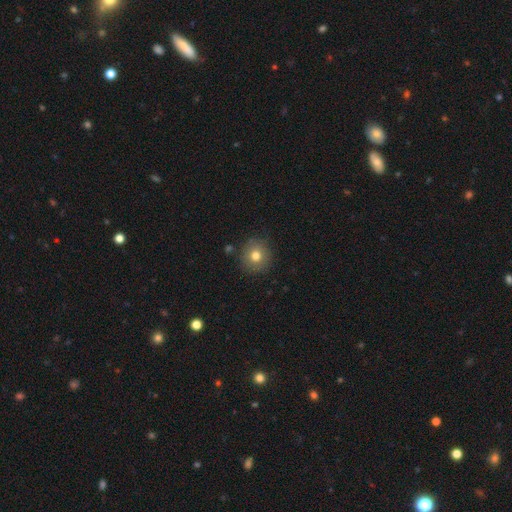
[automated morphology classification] A smooth galaxy with no disk features (77%) that is round (91%).

Vote fractions:
- Smooth or featured? smooth: 77% / featured or disk: 12% / star or artifact: 11%
- How rounded? round: 91% / in between: 8% / cigar-shaped: 1%
- Merging? none: 88% / minor disturbance: 8% / major disturbance: 2% / merger: 2%